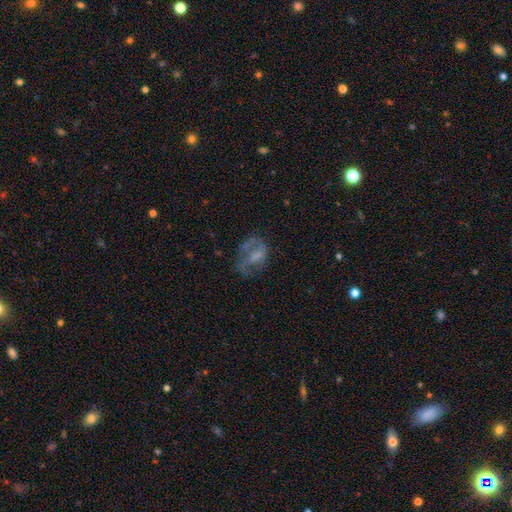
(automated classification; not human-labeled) This is possibly a featured or disk galaxy (52%). It is clearly not viewed edge-on (97%). Bar: possibly no (59%). Spiral arm pattern: possibly no (58%). Central bulge: marginally none (44%). Merging: marginally none (38%).